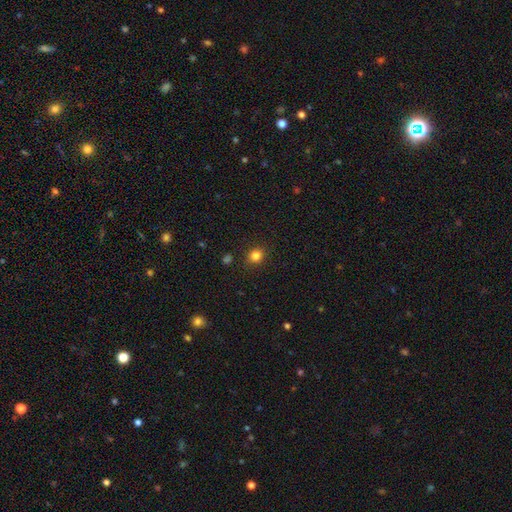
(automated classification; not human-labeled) Smooth or featured? smooth (83%)
How rounded? round (74%)
Merging? none (88%)